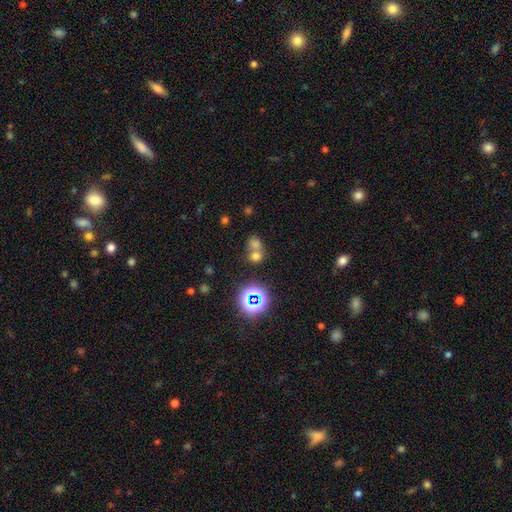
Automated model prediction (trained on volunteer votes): Smooth or featured? smooth (61%)
How rounded? round (66%)
Merging? merger (57%)